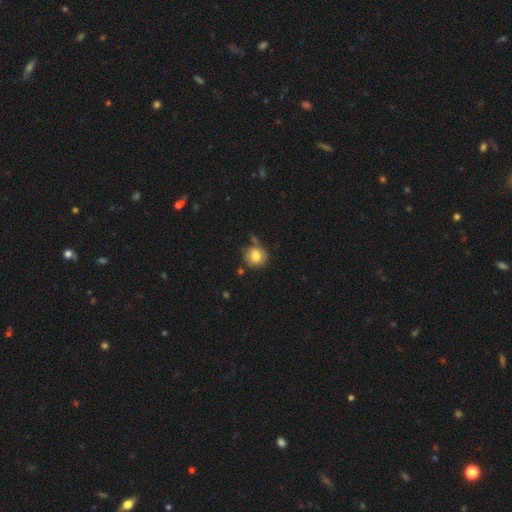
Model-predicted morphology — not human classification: smooth_or_featured: smooth (p=0.82) [alt: star or artifact p=0.09]
how_rounded: round (p=0.88) [alt: in between p=0.11]
merging: none (p=0.71) [alt: minor disturbance p=0.17]